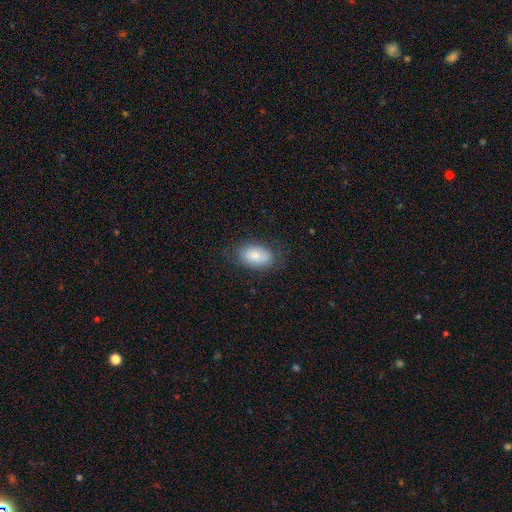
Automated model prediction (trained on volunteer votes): smooth-or-featured: smooth: 79% | featured or disk: 14% | star or artifact: 7%
  how-rounded: in between: 90% | round: 8% | cigar-shaped: 1%
  merging: none: 78% | minor disturbance: 16% | major disturbance: 5% | merger: 1%